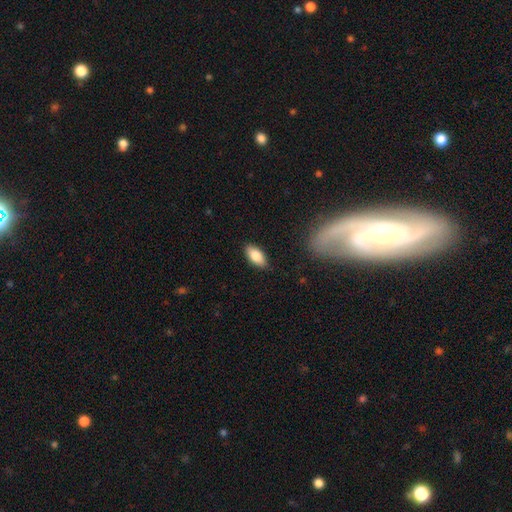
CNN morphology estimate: The model was most divided on "smooth or featured": smooth: 84%, featured or disk: 9%, star or artifact: 7%. More confident: how rounded — in between (87%); merging — none (87%).